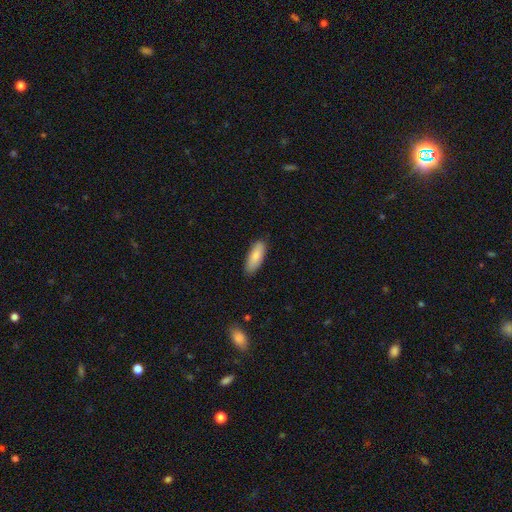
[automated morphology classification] Smooth or featured? Predicted: smooth (p=0.85). How rounded? Predicted: in between (p=0.71). Merging? Predicted: none (p=0.85).